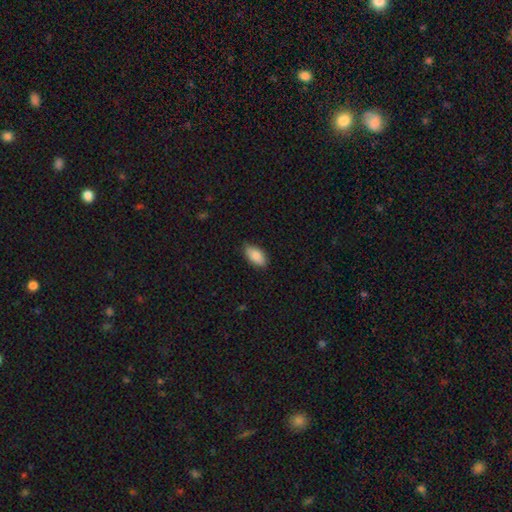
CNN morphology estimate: Smooth or featured? smooth (87%)
How rounded? in between (92%)
Merging? none (82%)